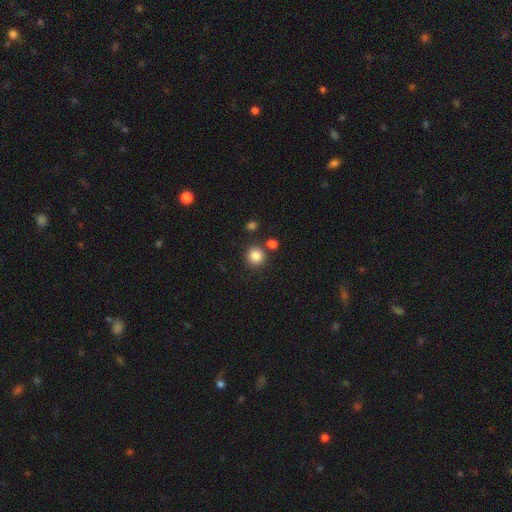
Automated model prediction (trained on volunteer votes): Overall: smooth (84%). How rounded: round (92%). Merging: none (82%).